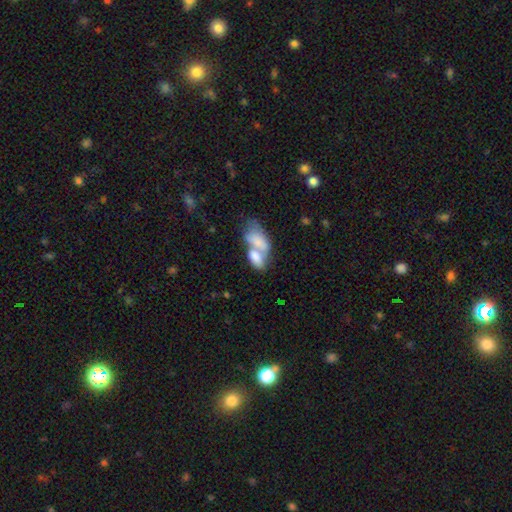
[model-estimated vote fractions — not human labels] Morphology: type=smooth (74%); roundness=in between (91%); merging=merger (73%).